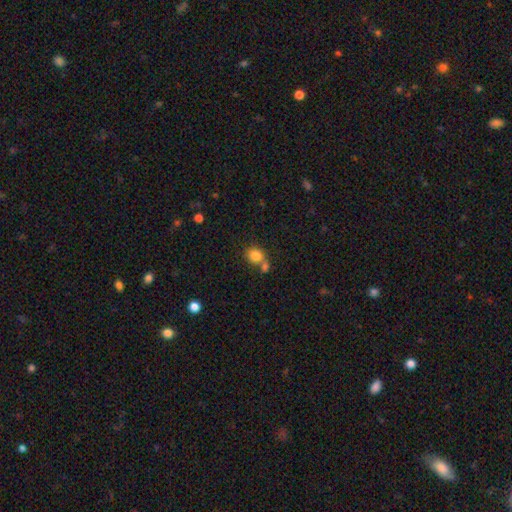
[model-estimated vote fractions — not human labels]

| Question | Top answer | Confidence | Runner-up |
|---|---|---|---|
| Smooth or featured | smooth | 82% | star or artifact (10%) |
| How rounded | round | 67% | in between (32%) |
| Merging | none | 51% | merger (34%) |